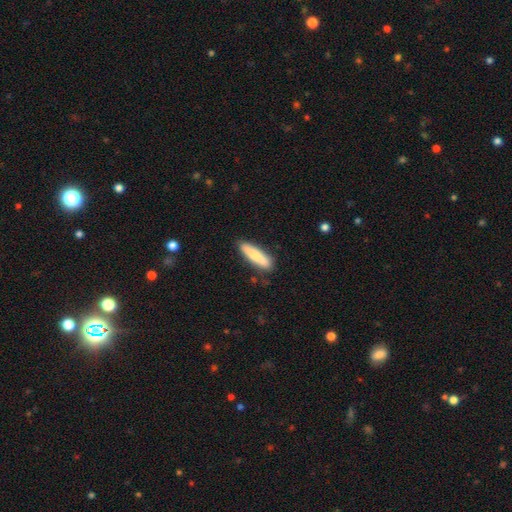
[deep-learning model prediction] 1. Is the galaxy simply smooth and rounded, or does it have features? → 79% smooth, 15% featured or disk, 6% star or artifact.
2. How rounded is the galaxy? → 77% cigar-shaped, 21% in between, 1% round.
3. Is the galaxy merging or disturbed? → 86% none, 11% minor disturbance, 2% major disturbance, 1% merger.